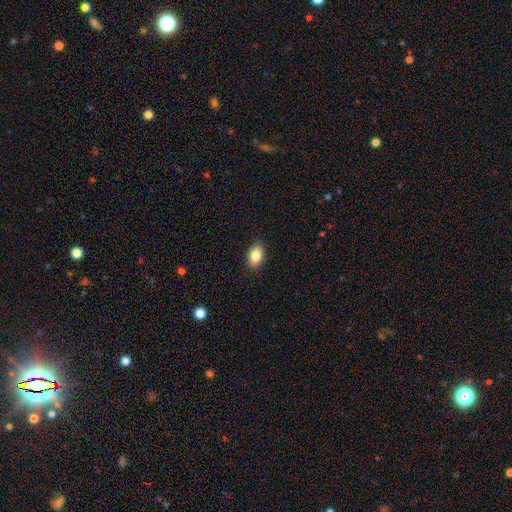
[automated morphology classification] Smooth or featured: smooth — 86% (star or artifact — 8%)
How rounded: in between — 88% (round — 10%)
Merging: none — 89% (minor disturbance — 8%)